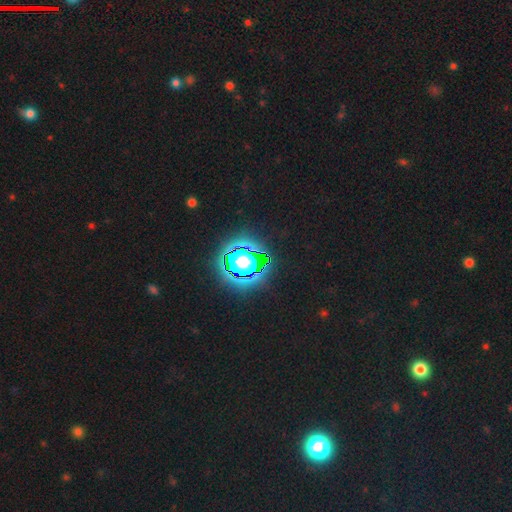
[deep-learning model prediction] Smooth or featured? Predicted: star or artifact (p=0.82).